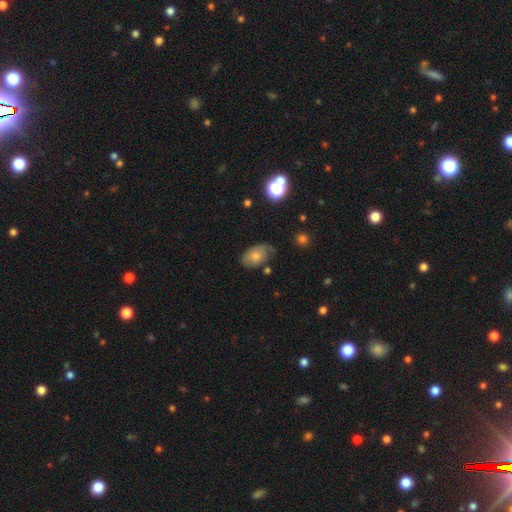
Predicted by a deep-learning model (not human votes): Smooth or featured? smooth (70%)
How rounded? in between (89%)
Merging? none (58%)